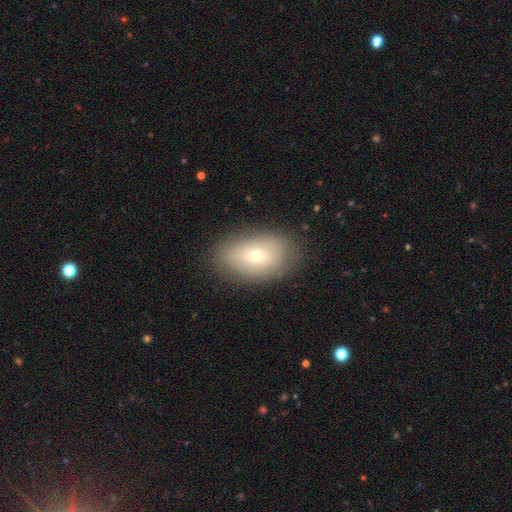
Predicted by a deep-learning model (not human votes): A smooth galaxy with no disk features (61%) that is in between round and cigar-shaped (87%).

Vote fractions:
- Smooth or featured? smooth: 61% / featured or disk: 30% / star or artifact: 9%
- How rounded? in between: 87% / round: 11% / cigar-shaped: 2%
- Merging? none: 82% / minor disturbance: 13% / major disturbance: 4% / merger: 1%